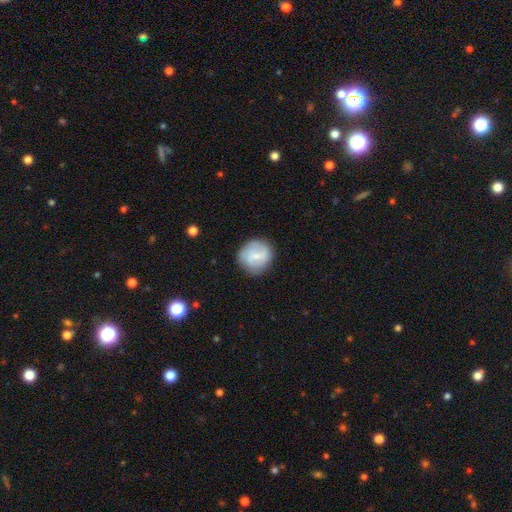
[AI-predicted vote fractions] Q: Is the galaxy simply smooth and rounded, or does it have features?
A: smooth — 50%.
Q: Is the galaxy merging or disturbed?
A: none — 80%.